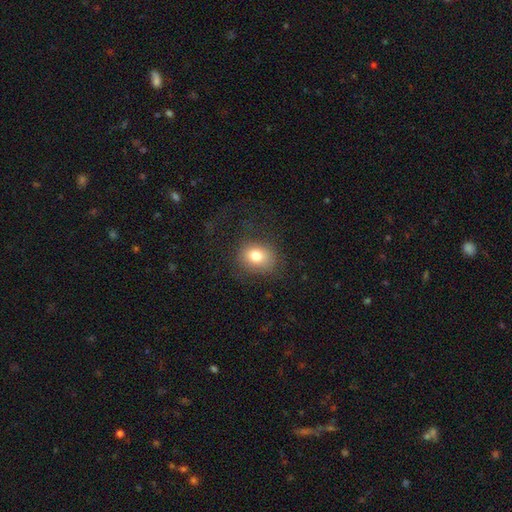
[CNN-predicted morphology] This is likely a smooth galaxy (78%). How rounded: possibly round (59%). Merging: likely none (75%).